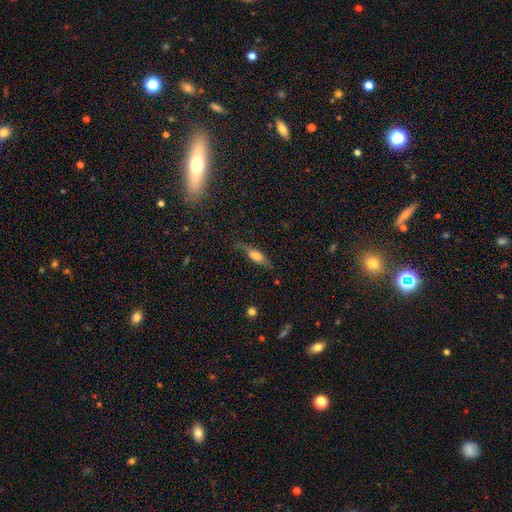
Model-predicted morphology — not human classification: type=smooth (61%); roundness=cigar-shaped (52%); merging=none (66%).